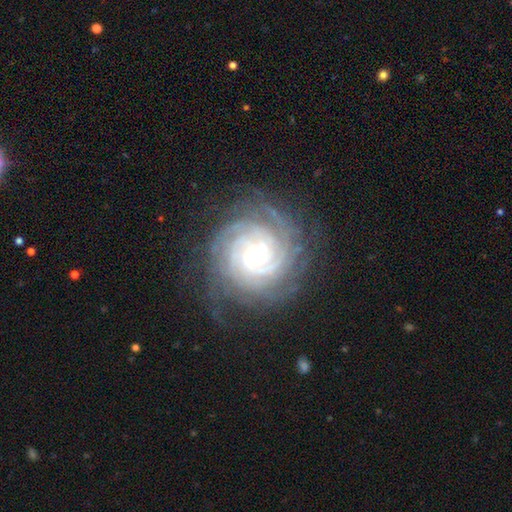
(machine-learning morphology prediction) A featured or disk galaxy (89%) with no bar (68%), 4 (24%) tight (82%) spiral arms (98%) and a small central bulge (68%). Merging: none (78%).